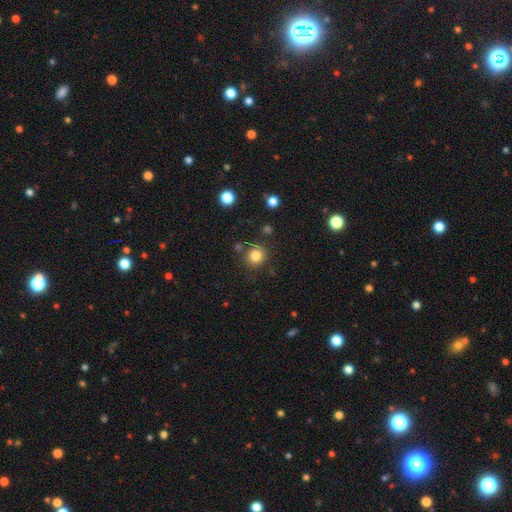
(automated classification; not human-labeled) Smooth or featured? Predicted: smooth (p=0.82). How rounded? Predicted: round (p=0.89). Merging? Predicted: none (p=0.80).